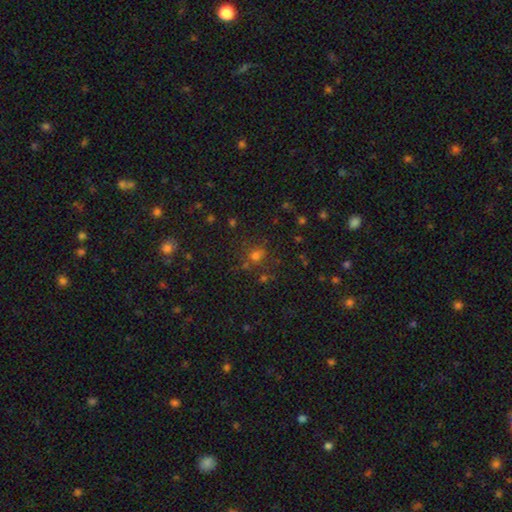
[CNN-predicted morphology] Smooth or featured: smooth — 60% (star or artifact — 31%)
How rounded: round — 77% (in between — 22%)
Merging: none — 70% (minor disturbance — 14%)